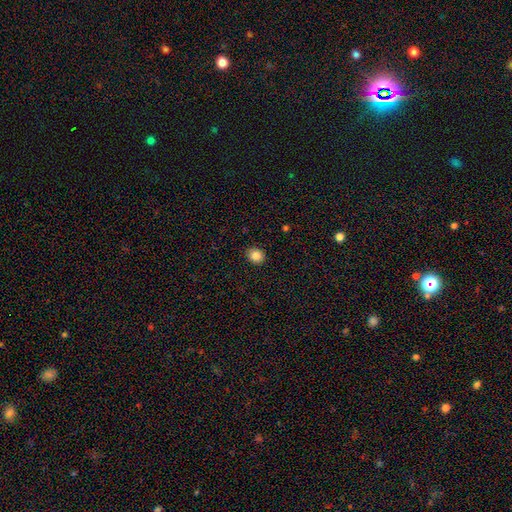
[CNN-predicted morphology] Smooth or featured? Predicted: smooth (p=0.84). How rounded? Predicted: round (p=0.72). Merging? Predicted: none (p=0.91).